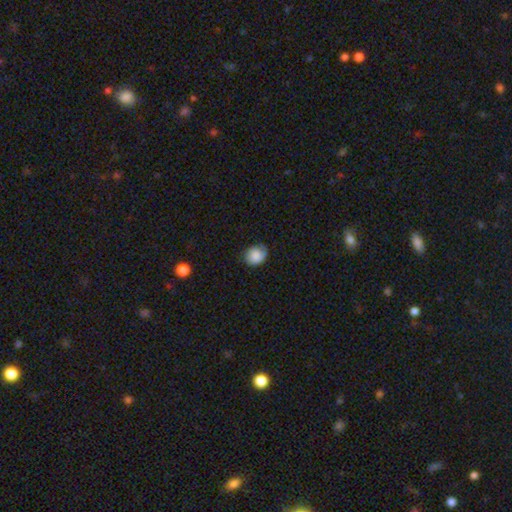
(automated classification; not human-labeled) This appears to be a smooth galaxy with no disk features (84%) that is round (66%). Merging: none (68%).